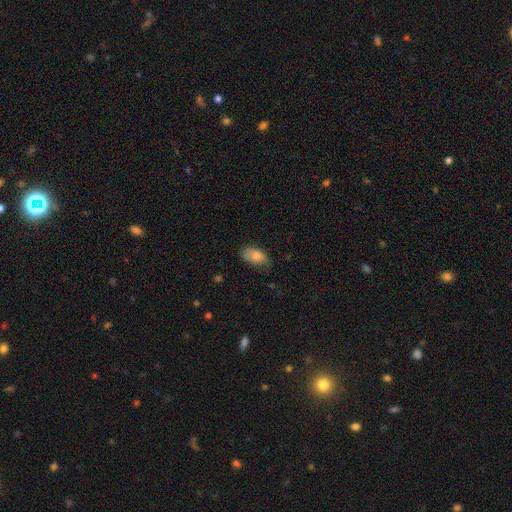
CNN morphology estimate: Overall: smooth (82%). How rounded: in between (93%). Merging: none (66%; minor disturbance 27%).